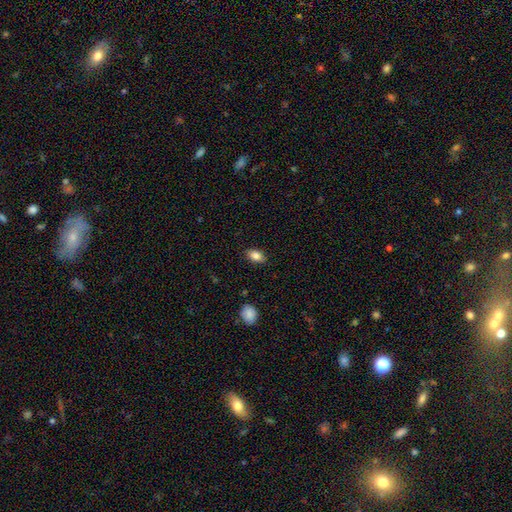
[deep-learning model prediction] Q: Smooth or featured?
A: smooth (84%); runner-up: star or artifact (8%)
Q: How rounded?
A: in between (88%); runner-up: round (9%)
Q: Merging?
A: none (87%); runner-up: minor disturbance (10%)